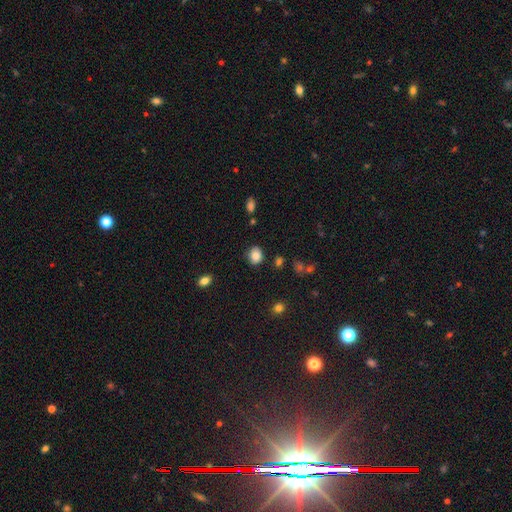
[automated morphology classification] Smooth or featured: smooth — 84% (star or artifact — 9%)
How rounded: round — 60% (in between — 39%)
Merging: none — 82% (minor disturbance — 12%)